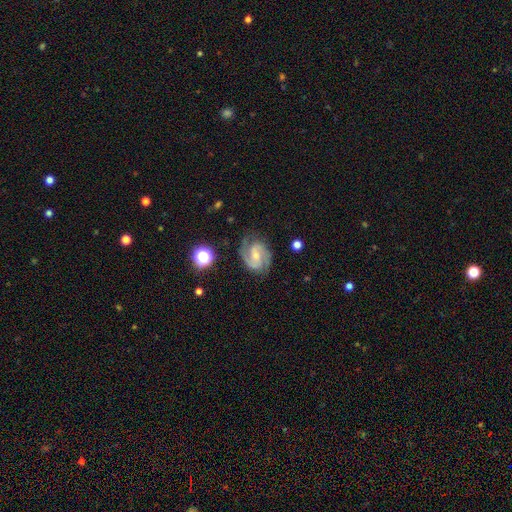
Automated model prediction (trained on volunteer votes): This appears to be a featured or disk galaxy (86%) with a weak bar (49%), 2 (86%) medium (55%) spiral arms (97%) and a small central bulge (58%). Merging: none (74%).